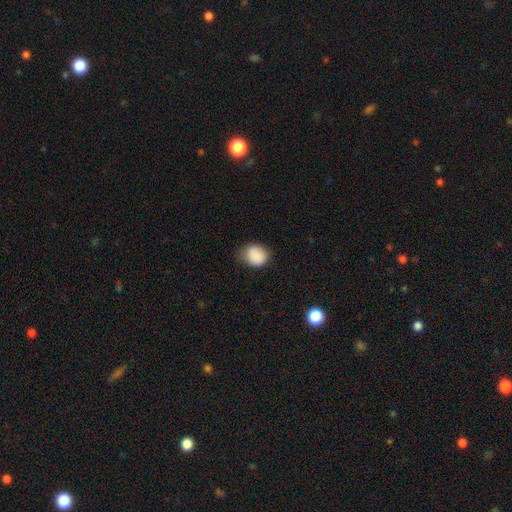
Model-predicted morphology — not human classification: Q: Smooth or featured?
A: smooth (88%); runner-up: star or artifact (8%)
Q: How rounded?
A: round (65%); runner-up: in between (34%)
Q: Merging?
A: none (69%); runner-up: minor disturbance (25%)